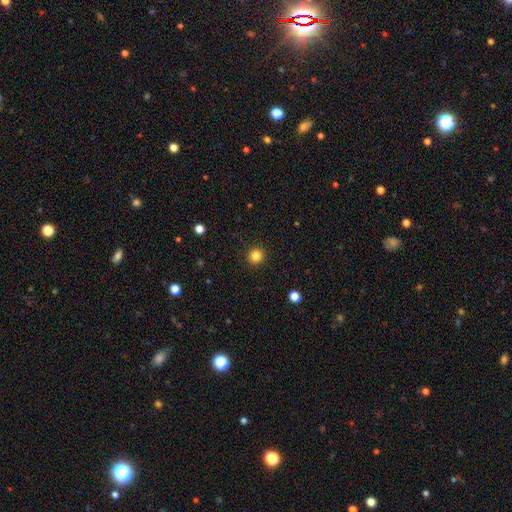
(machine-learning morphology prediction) The model was most divided on "smooth or featured": smooth: 84%, star or artifact: 12%, featured or disk: 4%. More confident: merging — none (92%); how rounded — round (92%).